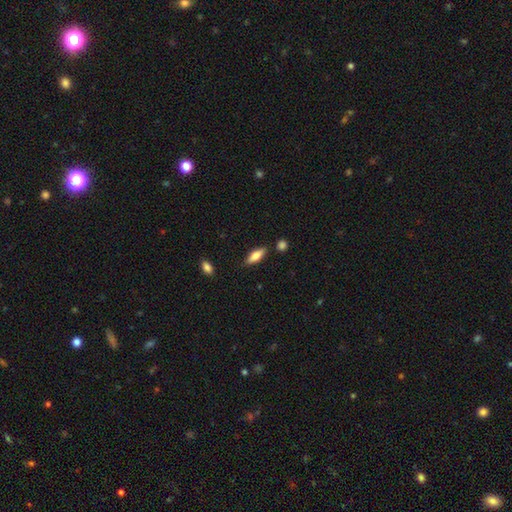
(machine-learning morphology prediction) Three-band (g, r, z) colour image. It shows a smooth galaxy with no disk features (71%) that is in between round and cigar-shaped (60%). Merging: none (83%).